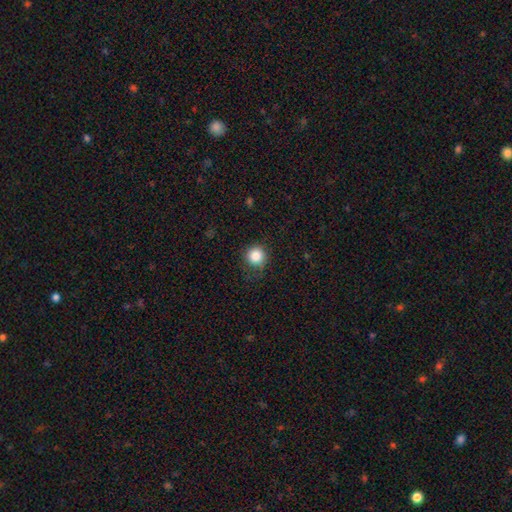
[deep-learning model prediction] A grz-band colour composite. It shows a smooth galaxy with no disk features (86%) that is round (93%). Merging: none (77%).